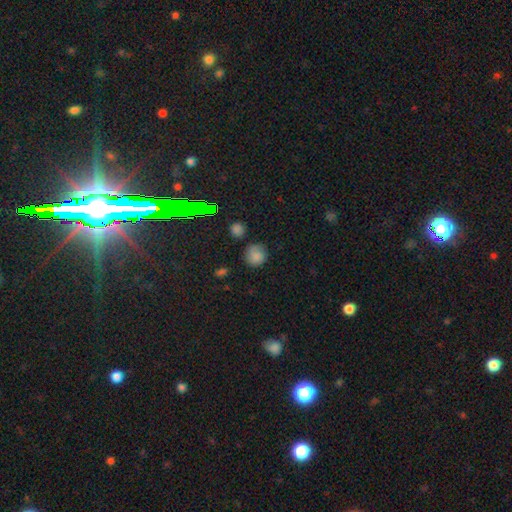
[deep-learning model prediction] This appears to be a smooth galaxy with no disk features (78%) that is round (87%). Merging: none (71%).